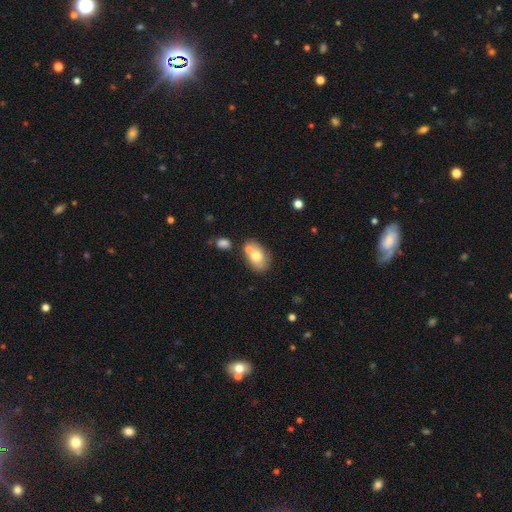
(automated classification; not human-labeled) Smooth or featured? Predicted: smooth (p=0.70). How rounded? Predicted: in between (p=0.80). Merging? Predicted: none (p=0.51).